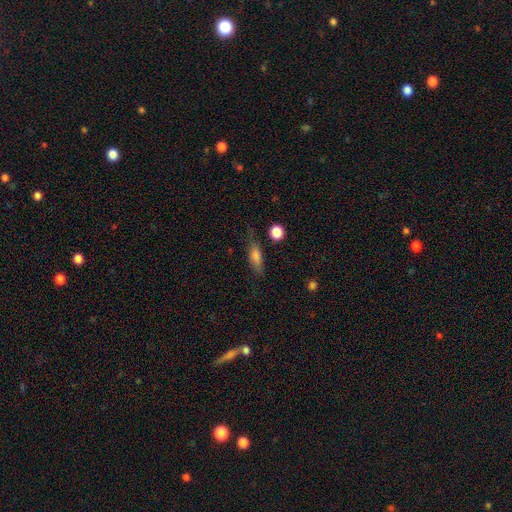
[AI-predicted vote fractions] A smooth galaxy with no disk features (70%) that is in between round and cigar-shaped (52%).

Vote fractions:
- Smooth or featured? smooth: 70% / featured or disk: 21% / star or artifact: 9%
- How rounded? in between: 52% / cigar-shaped: 42% / round: 5%
- Merging? none: 66% / minor disturbance: 23% / major disturbance: 7% / merger: 3%